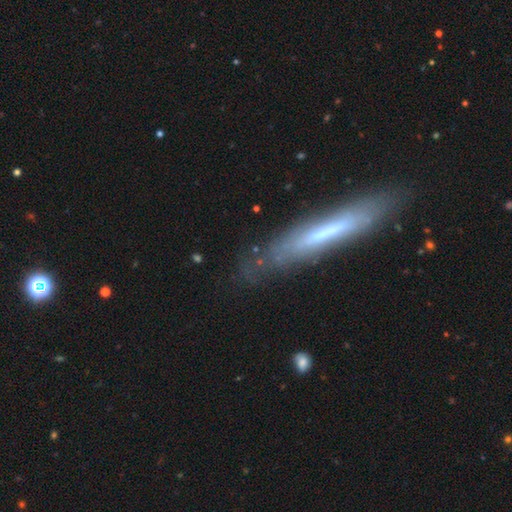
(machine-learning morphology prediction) Smooth or featured? featured or disk (59%)
Edge-on disk? yes (73%)
Merging? none (79%)